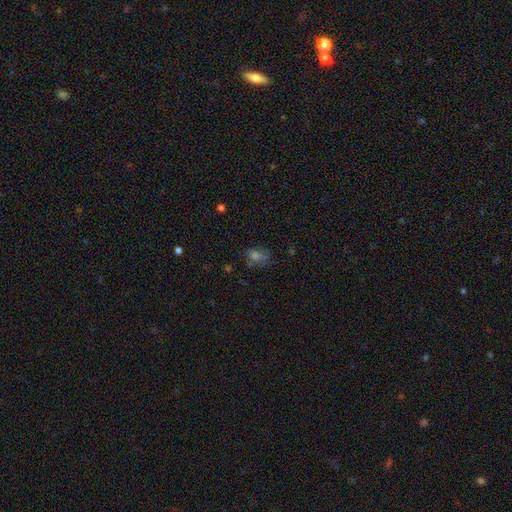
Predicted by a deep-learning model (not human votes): Smooth or featured: smooth — 54% (star or artifact — 29%)
How rounded: in between — 67% (round — 31%)
Merging: none — 65% (minor disturbance — 22%)